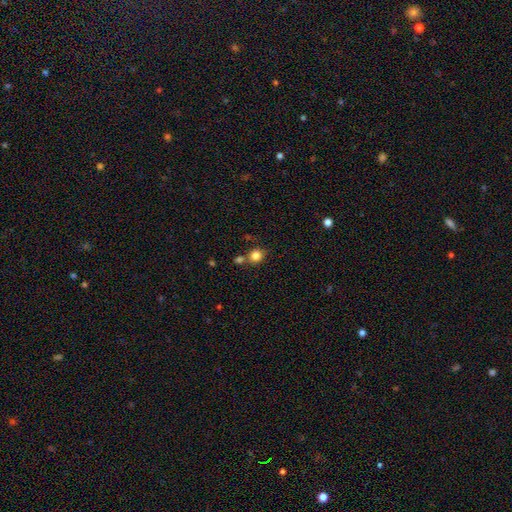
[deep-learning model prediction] smooth_or_featured: smooth (p=0.83) [alt: star or artifact p=0.11]
how_rounded: round (p=0.80) [alt: in between p=0.19]
merging: none (p=0.67) [alt: merger p=0.19]